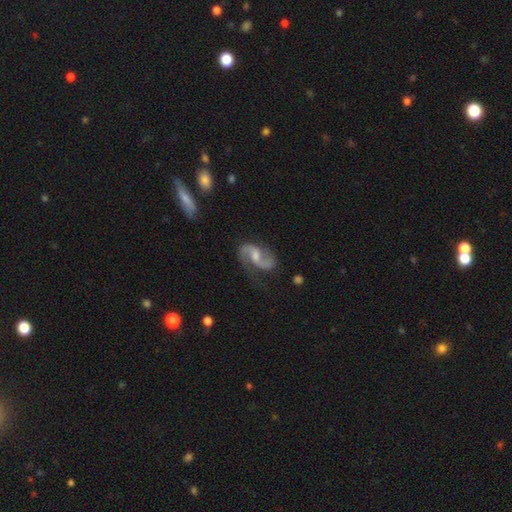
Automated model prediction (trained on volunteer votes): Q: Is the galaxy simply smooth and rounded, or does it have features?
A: featured or disk — 89%.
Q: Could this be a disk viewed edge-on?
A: no — 98%.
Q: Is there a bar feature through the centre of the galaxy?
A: weak — 51%.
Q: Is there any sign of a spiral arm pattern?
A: yes — 97%.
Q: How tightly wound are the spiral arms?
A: loose — 48%.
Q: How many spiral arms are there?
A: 2 — 93%.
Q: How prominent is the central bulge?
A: moderate — 45%.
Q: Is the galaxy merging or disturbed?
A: none — 74%.